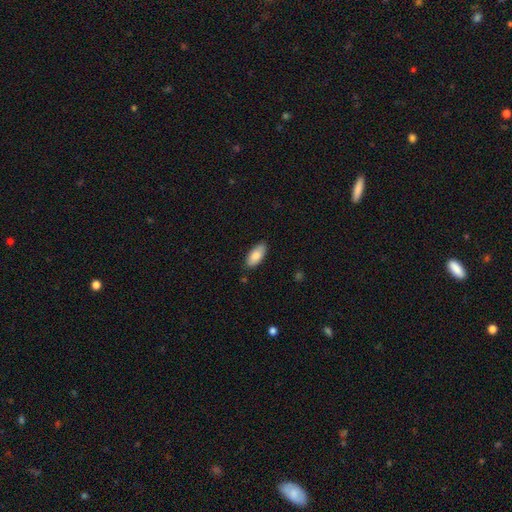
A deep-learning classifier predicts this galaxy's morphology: Smooth or featured?
  - smooth: 86% *
  - featured or disk: 8%
  - star or artifact: 6%
How rounded?
  - in between: 89% *
  - cigar-shaped: 9%
  - round: 2%
Merging?
  - none: 86% *
  - minor disturbance: 11%
  - major disturbance: 2%
  - merger: 1%